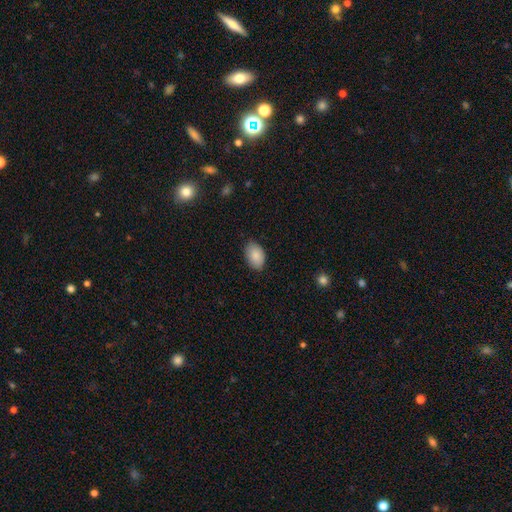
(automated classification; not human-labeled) smooth 88%, star or artifact 7%, featured or disk 5%. Down the decision tree: how rounded — in between (89%); merging — none (83%).